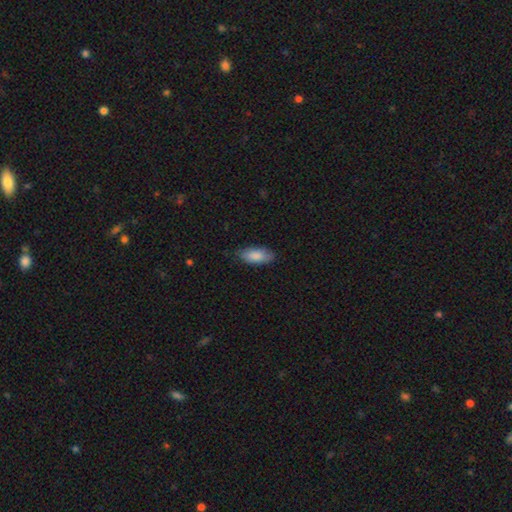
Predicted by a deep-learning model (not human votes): Smooth or featured? smooth (87%)
How rounded? in between (86%)
Merging? none (81%)